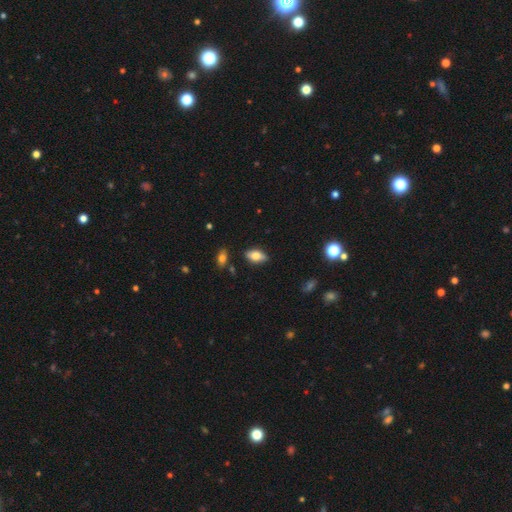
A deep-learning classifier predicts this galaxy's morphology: The model was most divided on "smooth or featured": smooth: 71%, featured or disk: 21%, star or artifact: 8%. More confident: how rounded — in between (89%); merging — none (83%).